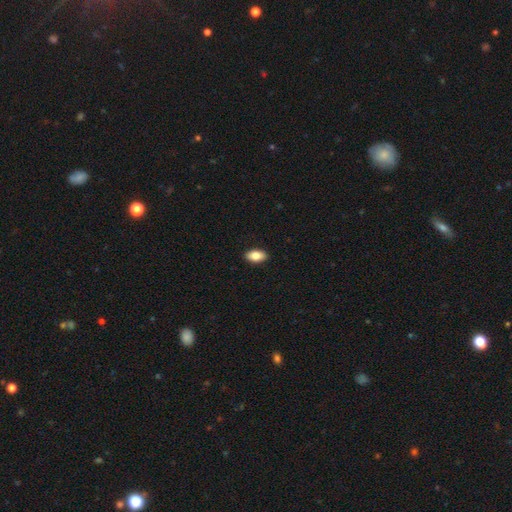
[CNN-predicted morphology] The model was most divided on "smooth or featured": smooth: 83%, featured or disk: 11%, star or artifact: 7%. More confident: how rounded — in between (92%); merging — none (90%).